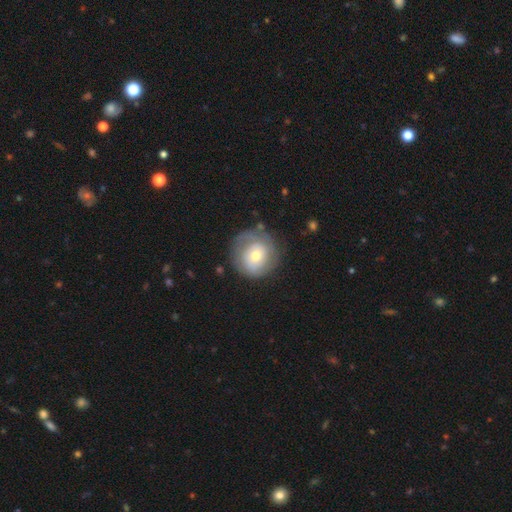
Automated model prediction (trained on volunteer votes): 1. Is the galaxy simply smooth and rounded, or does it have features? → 51% smooth, 41% featured or disk, 7% star or artifact.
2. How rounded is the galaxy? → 91% round, 8% in between, 1% cigar-shaped.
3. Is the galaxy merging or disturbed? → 71% none, 18% minor disturbance, 9% major disturbance, 2% merger.